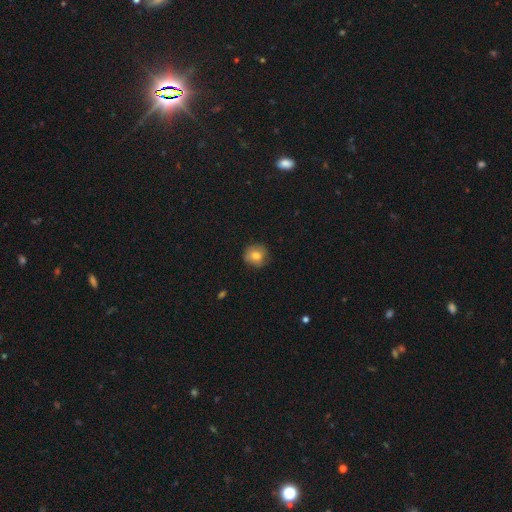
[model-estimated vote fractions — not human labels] smooth 78%, featured or disk 12%, star or artifact 10%. Down the decision tree: how rounded — round (90%); merging — none (84%).